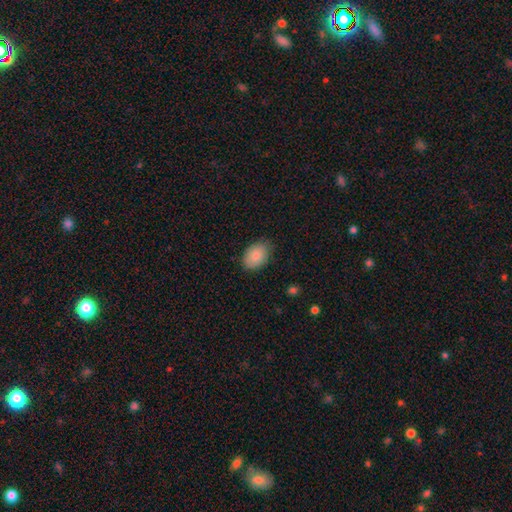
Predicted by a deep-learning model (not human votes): The model was most divided on "merging": none: 81%, minor disturbance: 16%, major disturbance: 3%, merger: 1%. More confident: how rounded — in between (88%); smooth or featured — smooth (87%).